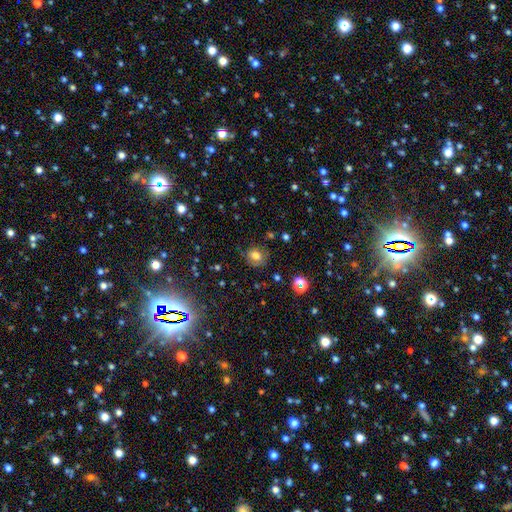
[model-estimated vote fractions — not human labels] This is likely a smooth galaxy (70%). How rounded: likely round (60%). Merging: likely none (75%).